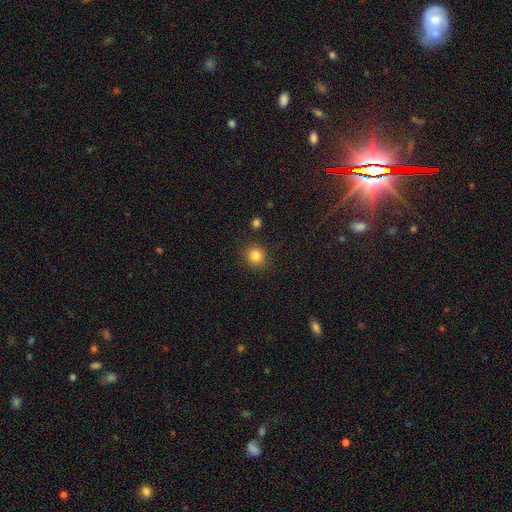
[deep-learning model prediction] Smooth or featured: smooth — 83% (star or artifact — 11%)
How rounded: round — 86% (in between — 13%)
Merging: none — 87% (minor disturbance — 8%)